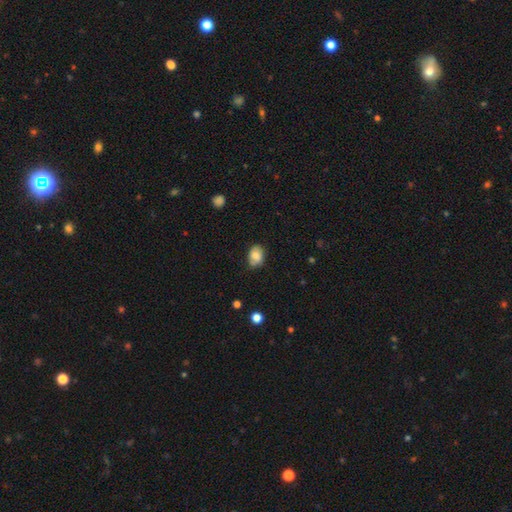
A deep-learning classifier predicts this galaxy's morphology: A smooth galaxy with no disk features (75%) that is in between round and cigar-shaped (68%). Merging: none (62%).